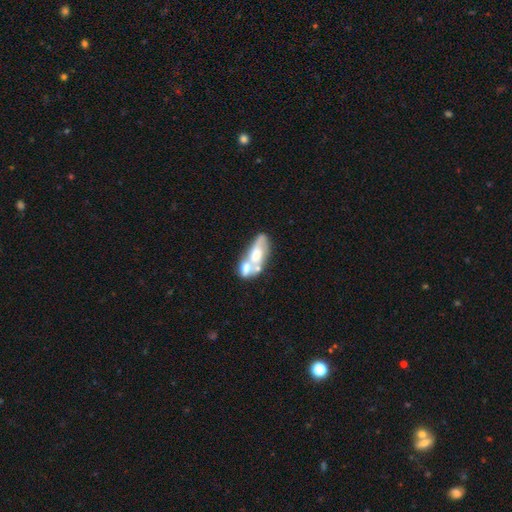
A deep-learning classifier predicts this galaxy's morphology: Smooth or featured? Predicted: featured or disk (p=0.50). Merging? Predicted: merger (p=0.60).